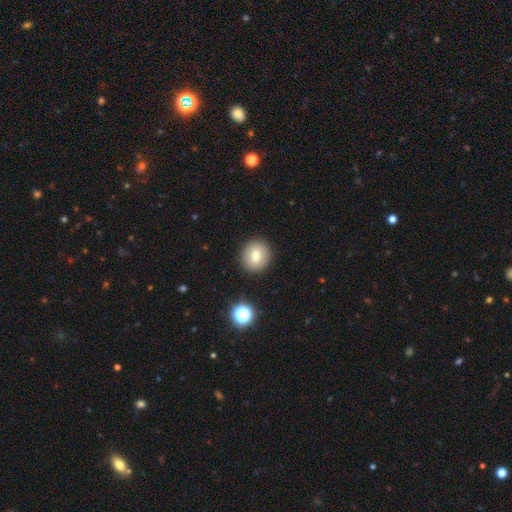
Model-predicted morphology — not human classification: A smooth galaxy with no disk features (76%) that is round (86%). Merging: none (90%).